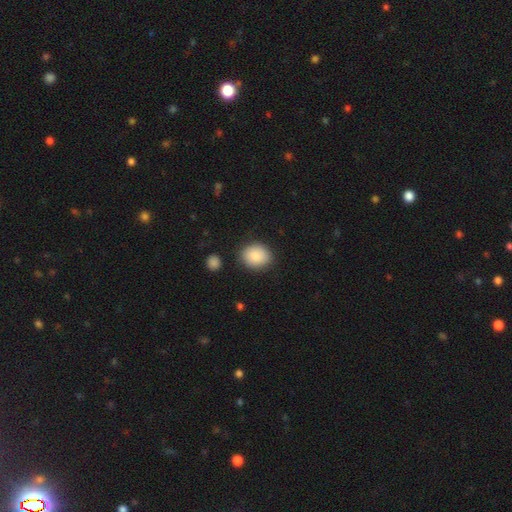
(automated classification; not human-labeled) This appears to be a smooth galaxy with no disk features (87%) that is round (62%). Merging: none (84%).